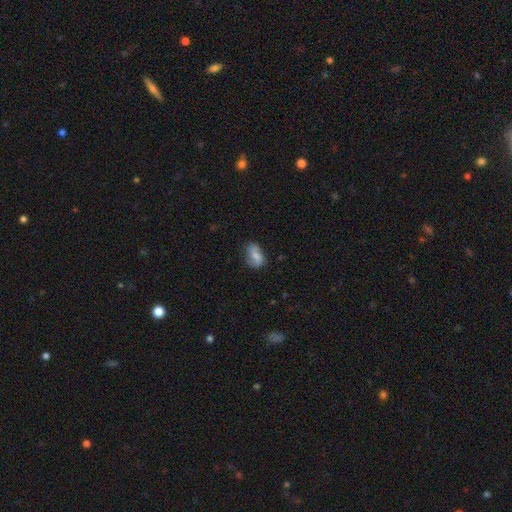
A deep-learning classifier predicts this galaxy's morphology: Smooth or featured: smooth — 66% (featured or disk — 25%)
How rounded: in between — 85% (round — 13%)
Merging: none — 58% (minor disturbance — 30%)